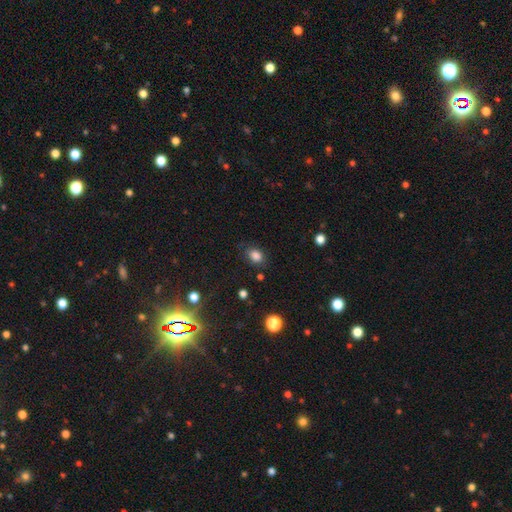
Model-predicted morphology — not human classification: Overall: smooth (83%). How rounded: in between (67%; round 32%). Merging: none (76%).